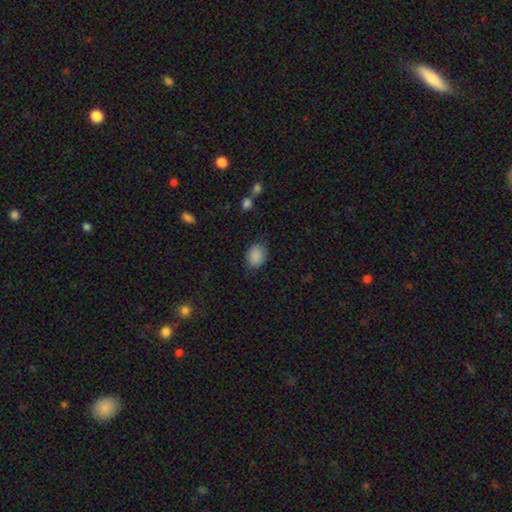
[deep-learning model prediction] Smooth or featured? Predicted: smooth (p=0.88). How rounded? Predicted: in between (p=0.62). Merging? Predicted: none (p=0.78).